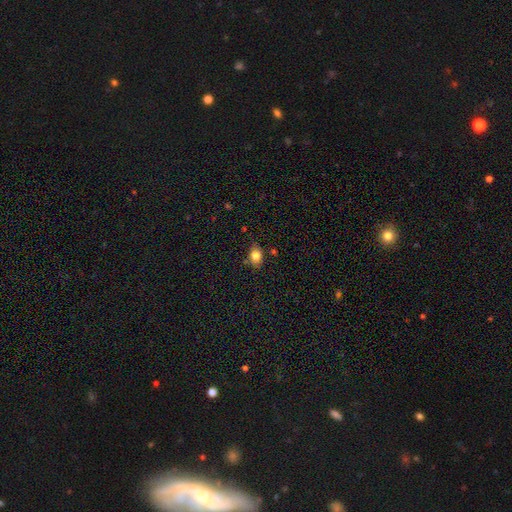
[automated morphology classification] Q: Smooth or featured?
A: smooth (81%); runner-up: star or artifact (10%)
Q: How rounded?
A: in between (70%); runner-up: round (29%)
Q: Merging?
A: none (75%); runner-up: minor disturbance (18%)